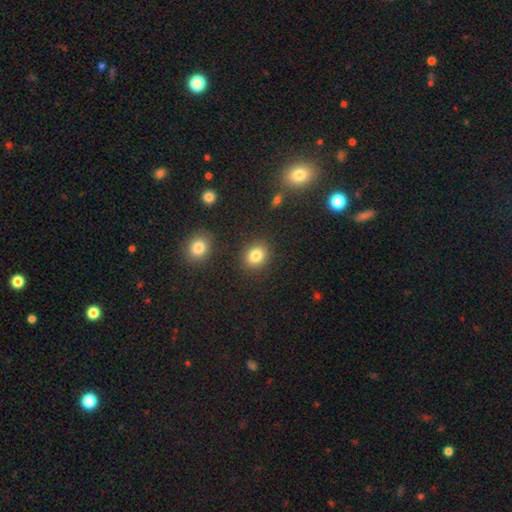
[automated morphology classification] smooth-or-featured: smooth: 83% | star or artifact: 11% | featured or disk: 6%
  how-rounded: round: 64% | in between: 35% | cigar-shaped: 1%
  merging: none: 87% | minor disturbance: 8% | merger: 3% | major disturbance: 3%